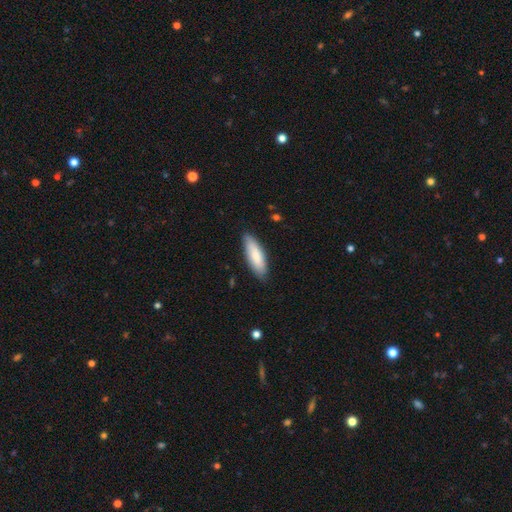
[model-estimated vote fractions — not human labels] Overall: smooth (82%). How rounded: in between (55%; cigar-shaped 44%). Merging: none (83%).